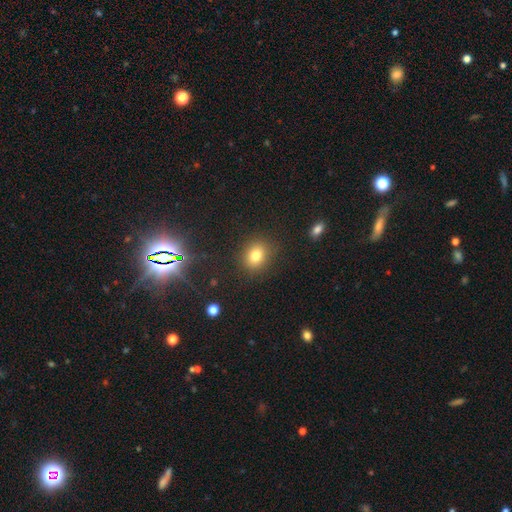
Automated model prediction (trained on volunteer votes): This is likely a smooth galaxy (79%). How rounded: possibly round (57%). Merging: clearly none (86%).